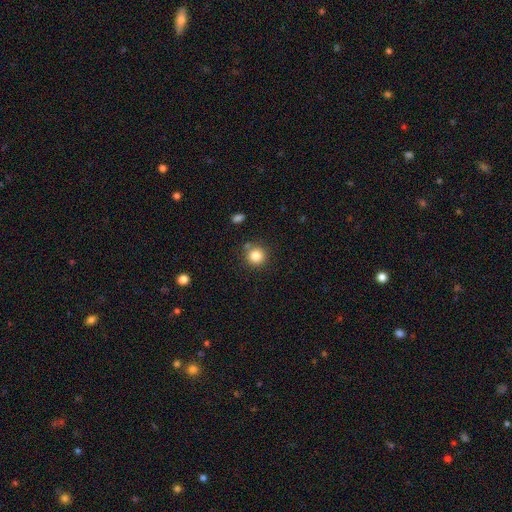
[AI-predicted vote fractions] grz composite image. It shows a smooth galaxy with no disk features (83%) that is round (93%). Merging: none (81%).